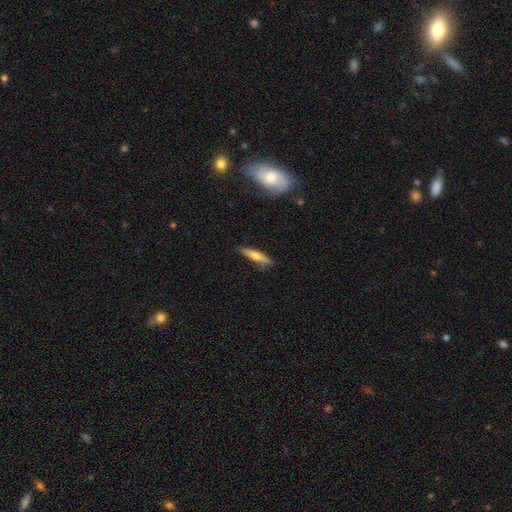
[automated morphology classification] Smooth or featured: smooth — 65% (featured or disk — 28%)
How rounded: cigar-shaped — 84% (in between — 15%)
Merging: none — 83% (minor disturbance — 13%)